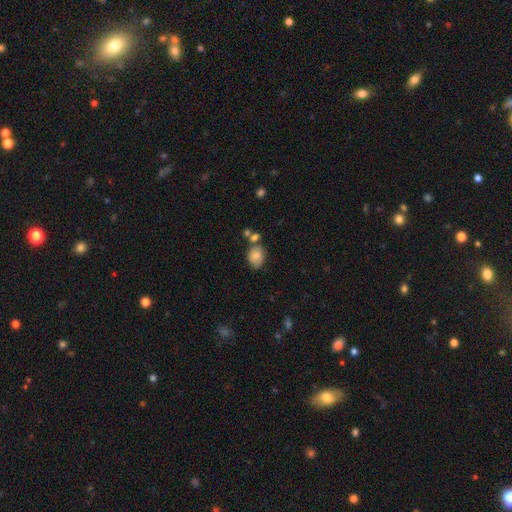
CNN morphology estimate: A smooth galaxy with no disk features (79%) that is in between round and cigar-shaped (67%).

Vote fractions:
- Smooth or featured? smooth: 79% / featured or disk: 13% / star or artifact: 9%
- How rounded? in between: 67% / round: 32% / cigar-shaped: 1%
- Merging? none: 58% / minor disturbance: 19% / merger: 17% / major disturbance: 5%